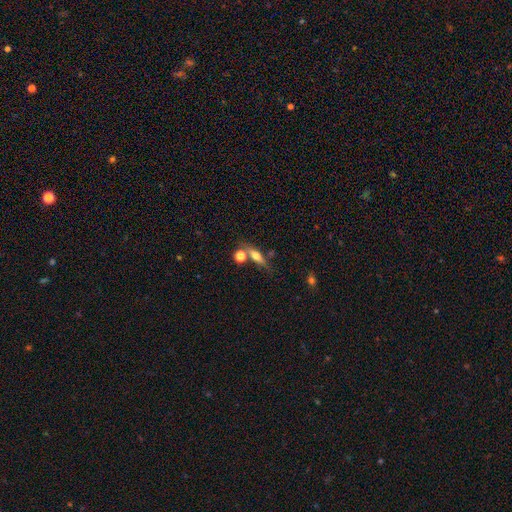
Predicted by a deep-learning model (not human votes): Smooth or featured? Predicted: smooth (p=0.58). How rounded? Predicted: in between (p=0.45). Merging? Predicted: none (p=0.58).